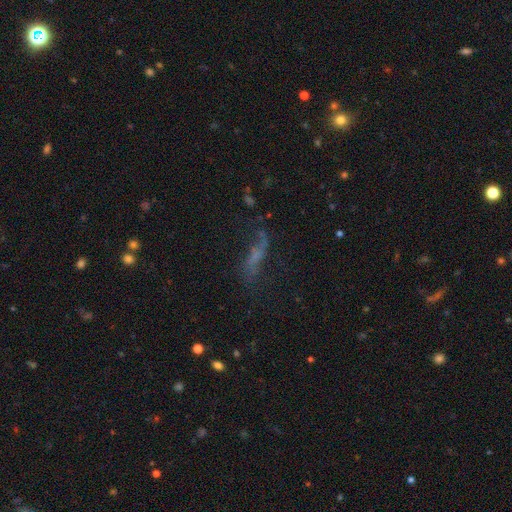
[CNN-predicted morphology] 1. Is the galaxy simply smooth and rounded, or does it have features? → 46% featured or disk, 32% smooth, 22% star or artifact.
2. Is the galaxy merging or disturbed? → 51% none, 24% major disturbance, 21% minor disturbance, 5% merger.